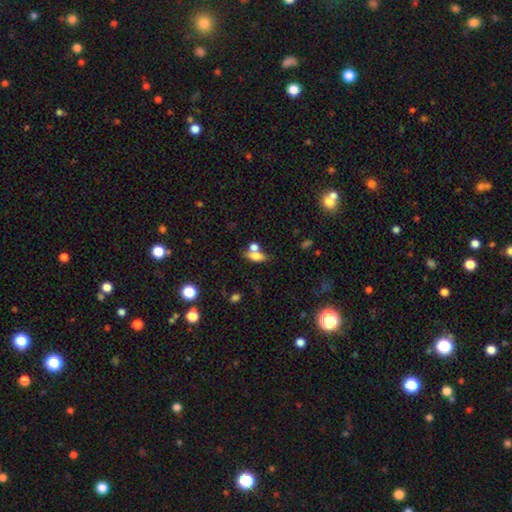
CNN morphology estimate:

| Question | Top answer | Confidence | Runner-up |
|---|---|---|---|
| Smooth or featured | smooth | 71% | featured or disk (18%) |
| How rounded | in between | 72% | cigar-shaped (17%) |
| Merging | none | 42% | merger (41%) |